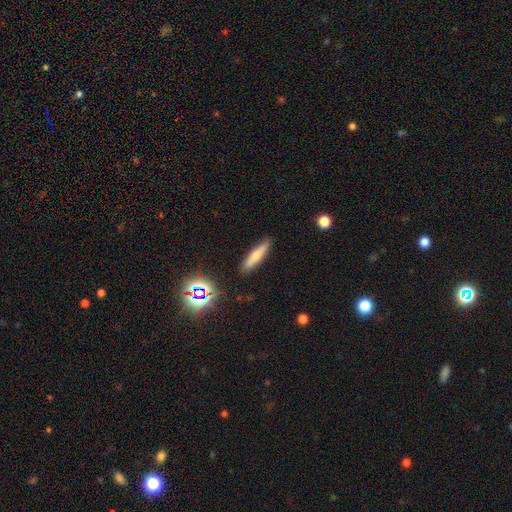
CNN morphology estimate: The model was most divided on "smooth or featured": smooth: 64%, featured or disk: 26%, star or artifact: 11%. More confident: merging — none (87%); how rounded — cigar-shaped (82%).